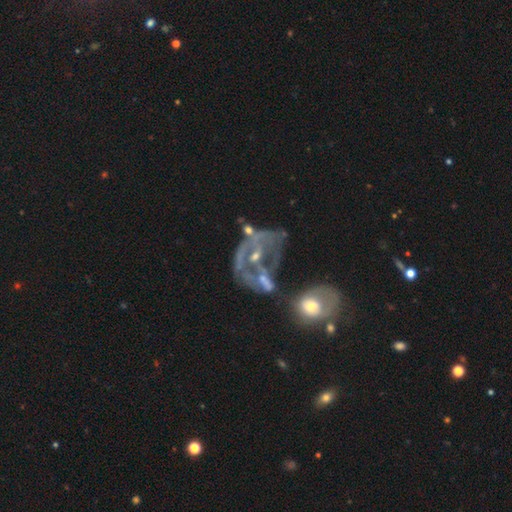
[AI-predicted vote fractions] Smooth or featured: featured or disk — 65% (star or artifact — 17%)
Edge-on disk: no — 96% (yes — 4%)
Bar: no — 73% (weak — 19%)
Spiral arms: no — 58% (yes — 42%)
Bulge size: small — 48% (none — 25%)
Merging: merger — 38% (major disturbance — 31%)